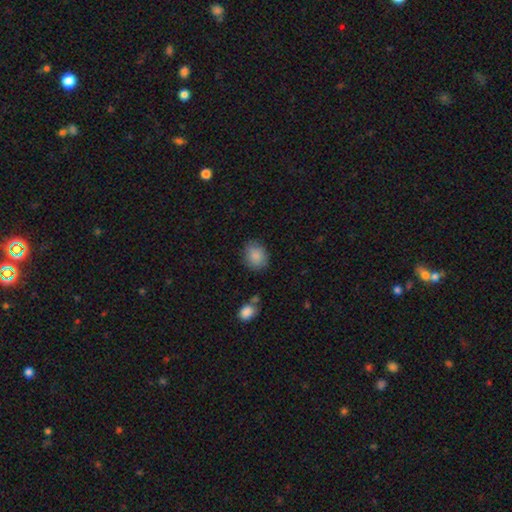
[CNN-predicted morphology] This appears to be a smooth galaxy with no disk features (87%) that is round (56%). Merging: none (78%).